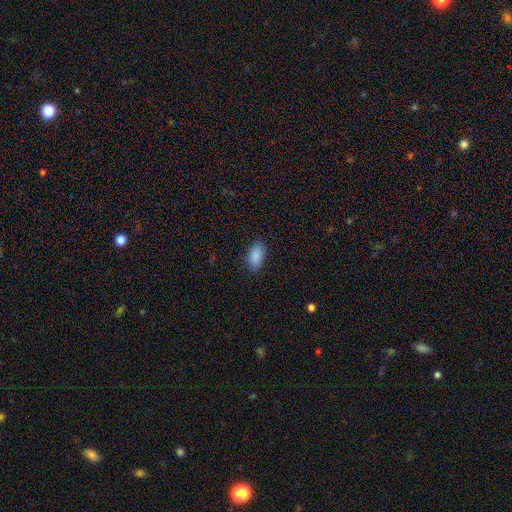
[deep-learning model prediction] This is clearly a smooth galaxy (88%). How rounded: clearly in between (93%). Merging: clearly none (84%).